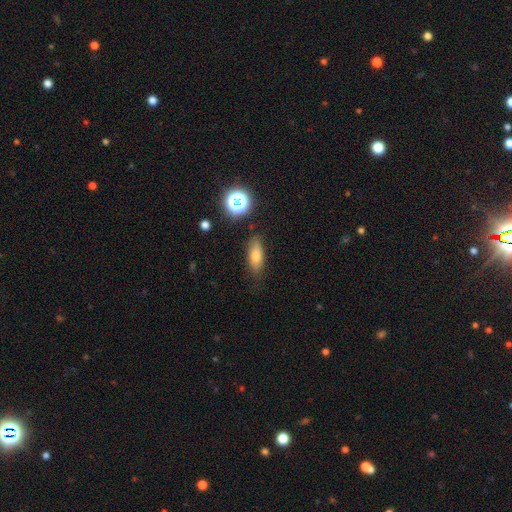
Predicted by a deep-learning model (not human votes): Smooth or featured?
  - smooth: 70% *
  - featured or disk: 16%
  - star or artifact: 14%
How rounded?
  - in between: 64% *
  - cigar-shaped: 28%
  - round: 8%
Merging?
  - none: 83% *
  - minor disturbance: 13%
  - major disturbance: 3%
  - merger: 2%